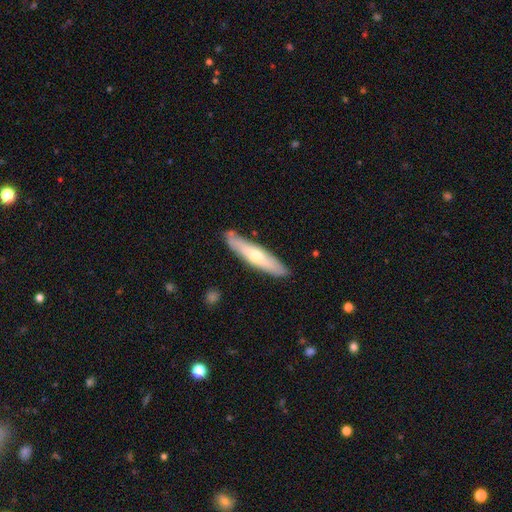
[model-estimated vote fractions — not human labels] smooth_or_featured: smooth (p=0.51) [alt: featured or disk p=0.43]
how_rounded: cigar-shaped (p=0.84) [alt: in between p=0.15]
merging: none (p=0.84) [alt: minor disturbance p=0.12]